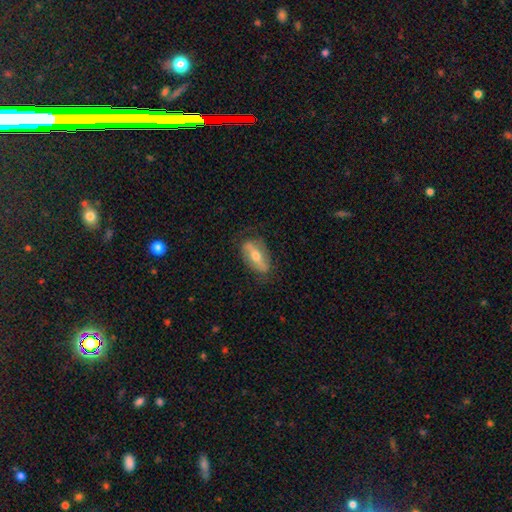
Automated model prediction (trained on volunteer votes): A featured or disk galaxy (57%).

Vote fractions:
- Smooth or featured? featured or disk: 57% / smooth: 37% / star or artifact: 6%
- Edge-on disk? no: 73% / yes: 27%
- Merging? none: 75% / minor disturbance: 18% / major disturbance: 6% / merger: 1%